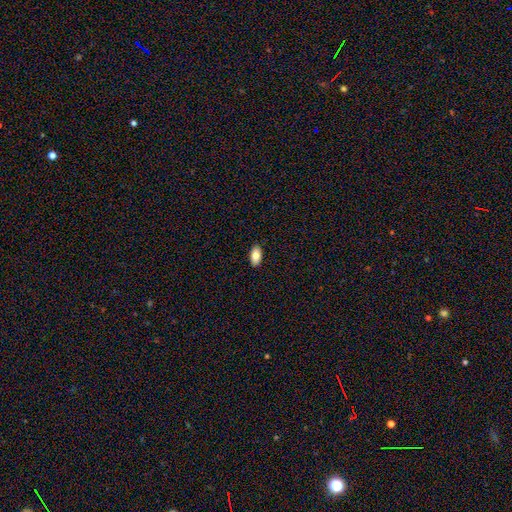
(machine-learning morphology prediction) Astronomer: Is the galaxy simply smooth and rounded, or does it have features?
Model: smooth — 84%.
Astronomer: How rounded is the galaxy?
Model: in between — 93%.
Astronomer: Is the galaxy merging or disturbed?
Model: none — 90%.